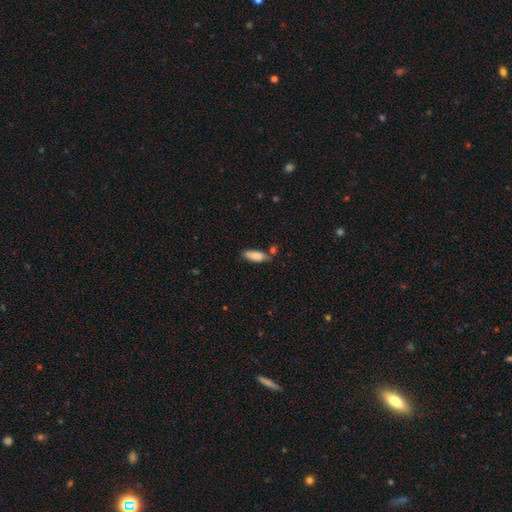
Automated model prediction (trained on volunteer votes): Smooth or featured: smooth — 85% (featured or disk — 8%)
How rounded: in between — 63% (cigar-shaped — 35%)
Merging: none — 63% (minor disturbance — 21%)